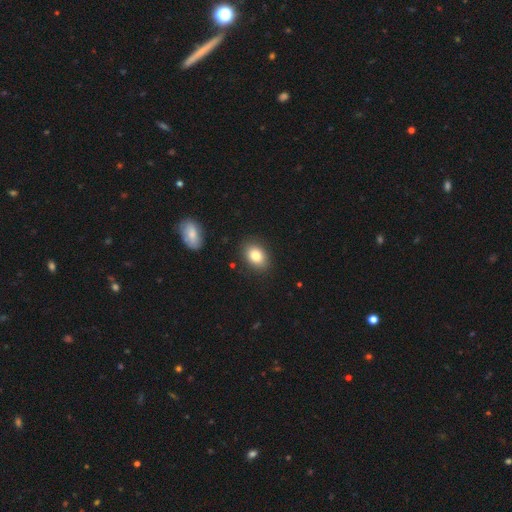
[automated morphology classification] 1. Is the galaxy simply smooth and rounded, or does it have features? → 84% smooth, 8% star or artifact, 8% featured or disk.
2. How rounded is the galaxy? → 76% in between, 23% round, 1% cigar-shaped.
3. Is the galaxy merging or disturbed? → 87% none, 9% minor disturbance, 2% major disturbance, 2% merger.